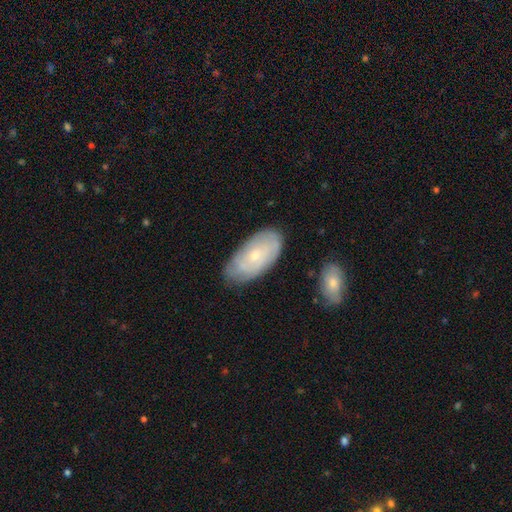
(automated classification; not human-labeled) Smooth or featured? Predicted: featured or disk (p=0.50). Edge-on disk? Predicted: no (p=0.91). Merging? Predicted: none (p=0.76).